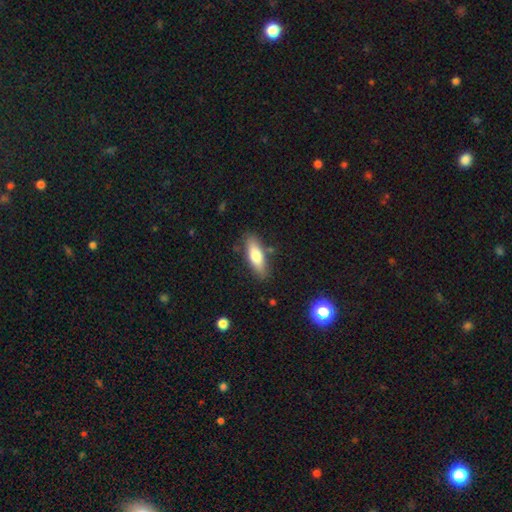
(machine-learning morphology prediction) smooth_or_featured: smooth (p=0.74) [alt: featured or disk p=0.20]
how_rounded: in between (p=0.57) [alt: cigar-shaped p=0.41]
merging: none (p=0.82) [alt: minor disturbance p=0.12]